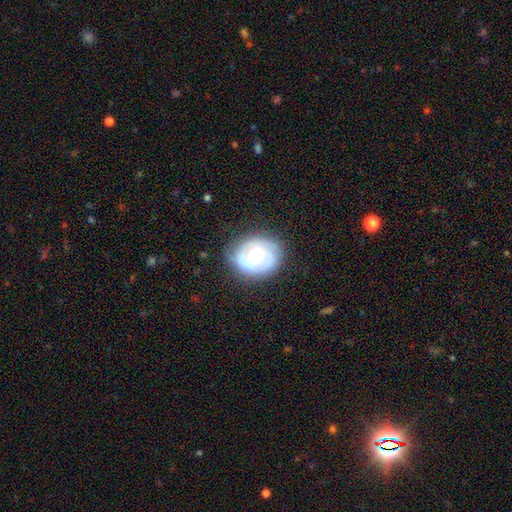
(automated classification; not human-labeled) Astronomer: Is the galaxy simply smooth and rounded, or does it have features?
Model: featured or disk — 58% (runner-up: smooth, 35%).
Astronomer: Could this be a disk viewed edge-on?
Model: no — 96%.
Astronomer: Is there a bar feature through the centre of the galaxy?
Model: no — 77%.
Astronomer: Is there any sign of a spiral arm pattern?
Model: no — 65%.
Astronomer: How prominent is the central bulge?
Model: large — 50% (runner-up: moderate, 37%).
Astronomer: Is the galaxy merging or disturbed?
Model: none — 73%.